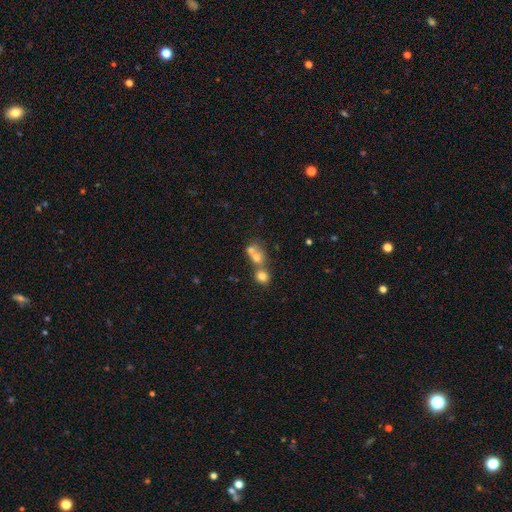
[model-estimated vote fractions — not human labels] Smooth or featured?
  - smooth: 66% *
  - featured or disk: 19%
  - star or artifact: 15%
How rounded?
  - round: 75% *
  - in between: 23%
  - cigar-shaped: 1%
Merging?
  - merger: 60% *
  - none: 30%
  - minor disturbance: 6%
  - major disturbance: 4%